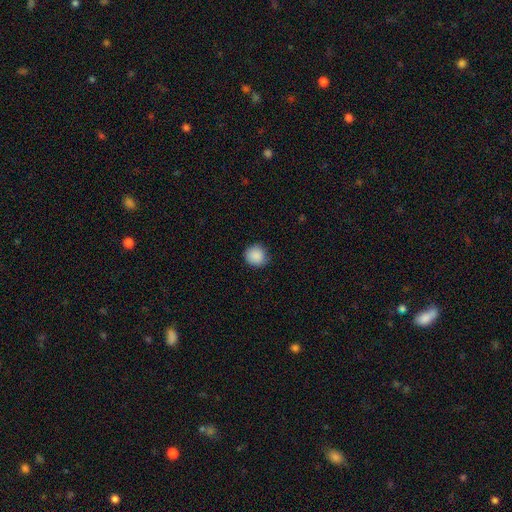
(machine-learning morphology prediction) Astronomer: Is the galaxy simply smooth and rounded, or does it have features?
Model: smooth — 89%.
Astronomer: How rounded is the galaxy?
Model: round — 91%.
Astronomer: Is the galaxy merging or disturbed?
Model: none — 83%.